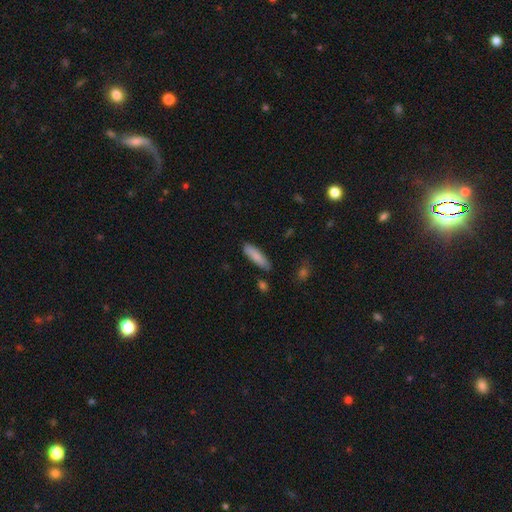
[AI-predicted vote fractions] smooth-or-featured: smooth: 85% | featured or disk: 9% | star or artifact: 6%
  how-rounded: cigar-shaped: 63% | in between: 35% | round: 2%
  merging: none: 83% | minor disturbance: 12% | merger: 3% | major disturbance: 2%